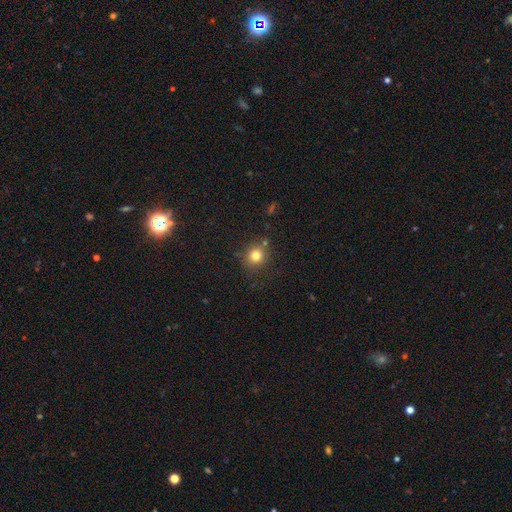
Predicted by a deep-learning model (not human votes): Q: Smooth or featured?
A: smooth (79%); runner-up: star or artifact (14%)
Q: How rounded?
A: round (88%); runner-up: in between (11%)
Q: Merging?
A: none (80%); runner-up: minor disturbance (10%)